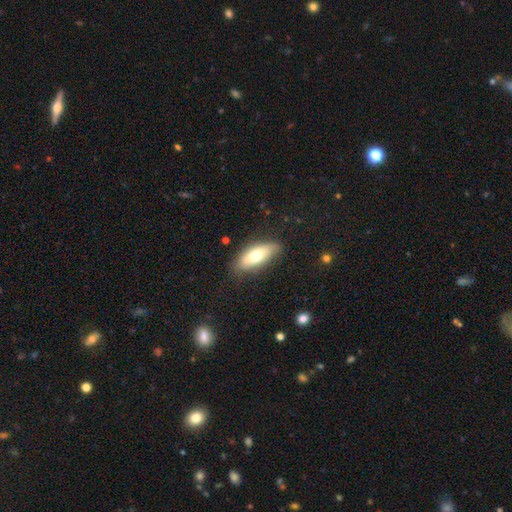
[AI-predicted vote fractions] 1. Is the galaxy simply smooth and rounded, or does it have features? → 68% smooth, 26% featured or disk, 7% star or artifact.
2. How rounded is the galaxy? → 80% in between, 18% cigar-shaped, 3% round.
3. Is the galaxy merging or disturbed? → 78% none, 17% minor disturbance, 4% major disturbance, 1% merger.